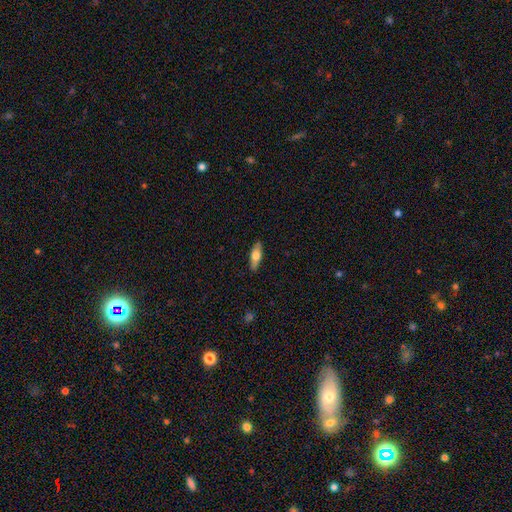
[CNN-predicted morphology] Smooth or featured? smooth (62%)
How rounded? in between (57%)
Merging? none (88%)